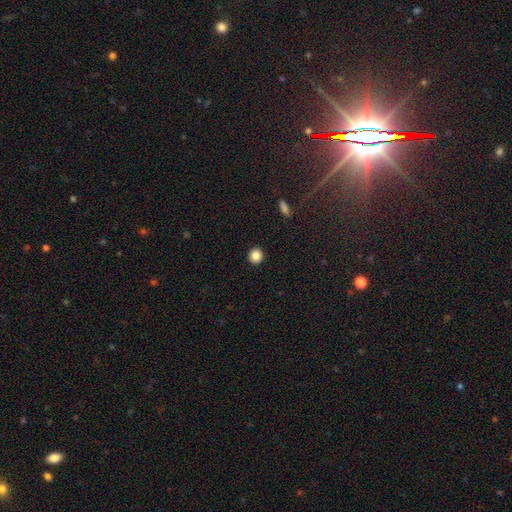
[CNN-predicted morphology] Smooth or featured? Predicted: smooth (p=0.85). How rounded? Predicted: round (p=0.92). Merging? Predicted: none (p=0.93).